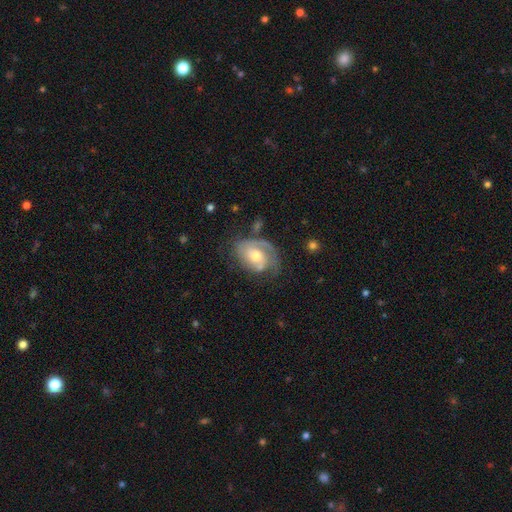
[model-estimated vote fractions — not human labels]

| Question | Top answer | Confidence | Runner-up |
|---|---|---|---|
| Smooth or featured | featured or disk | 74% | smooth (20%) |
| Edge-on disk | no | 96% | yes (4%) |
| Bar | no | 67% | weak (28%) |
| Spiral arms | yes | 88% | no (12%) |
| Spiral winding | tight | 52% | medium (35%) |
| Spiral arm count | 2 | 37% | 1 (34%) |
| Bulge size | moderate | 65% | small (24%) |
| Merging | none | 55% | minor disturbance (25%) |